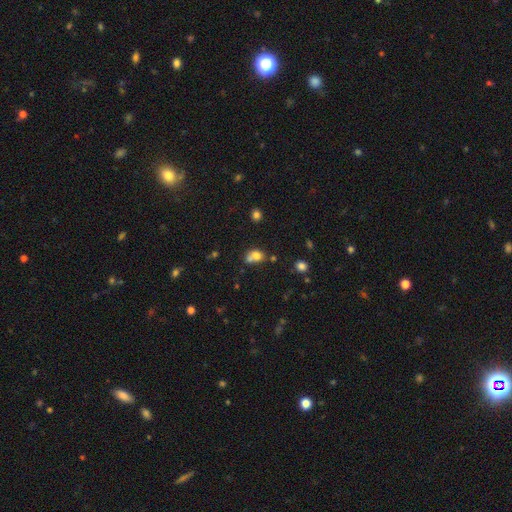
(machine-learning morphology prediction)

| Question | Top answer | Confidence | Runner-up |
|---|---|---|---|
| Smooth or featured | smooth | 73% | featured or disk (14%) |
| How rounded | round | 54% | in between (45%) |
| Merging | merger | 50% | none (31%) |